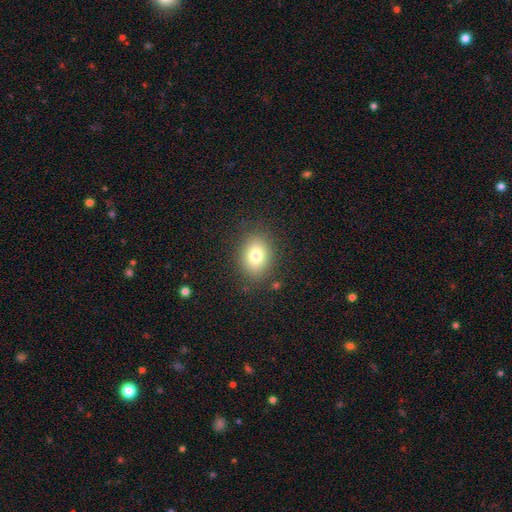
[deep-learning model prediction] Smooth or featured? smooth (78%)
How rounded? in between (54%)
Merging? none (85%)